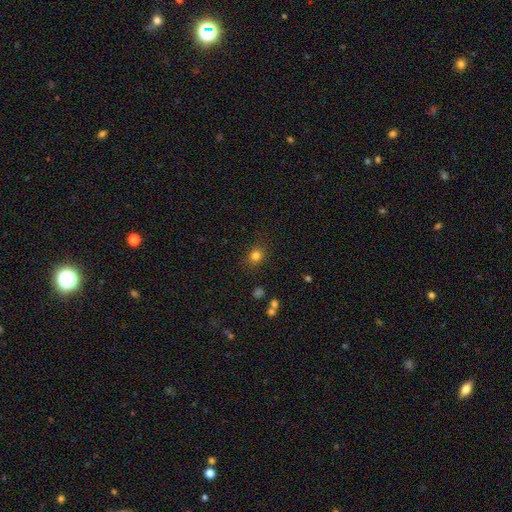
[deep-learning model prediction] The model was most divided on "how rounded": round: 69%, in between: 30%, cigar-shaped: 1%. More confident: merging — none (84%); smooth or featured — smooth (80%).